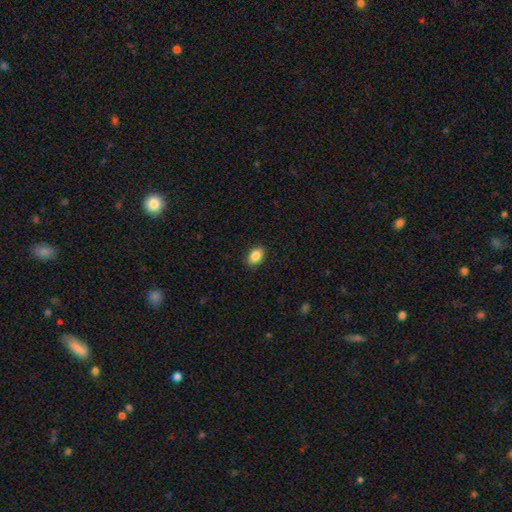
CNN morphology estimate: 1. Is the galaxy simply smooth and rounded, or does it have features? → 88% smooth, 8% star or artifact, 4% featured or disk.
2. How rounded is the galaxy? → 82% in between, 17% round, 1% cigar-shaped.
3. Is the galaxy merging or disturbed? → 89% none, 8% minor disturbance, 2% major disturbance, 1% merger.